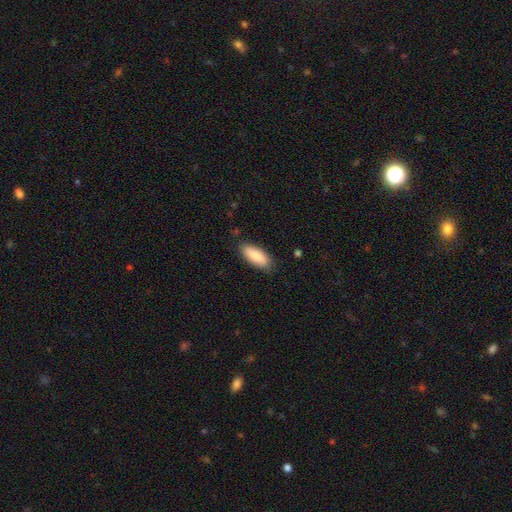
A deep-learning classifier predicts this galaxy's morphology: Smooth or featured? smooth (87%)
How rounded? in between (76%)
Merging? none (85%)